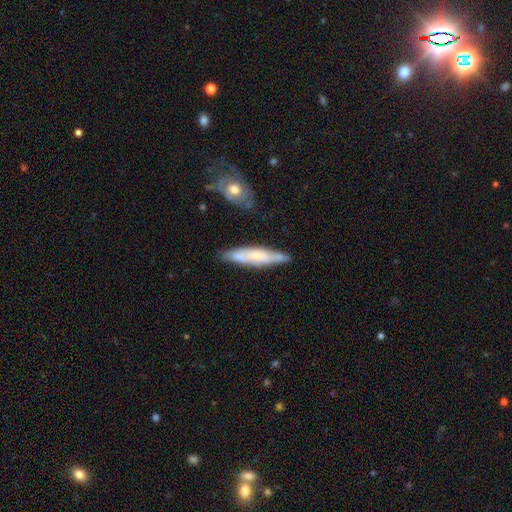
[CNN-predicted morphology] smooth_or_featured: smooth (p=0.50) [alt: featured or disk p=0.43]
how_rounded: cigar-shaped (p=0.84) [alt: in between p=0.14]
merging: none (p=0.76) [alt: minor disturbance p=0.17]